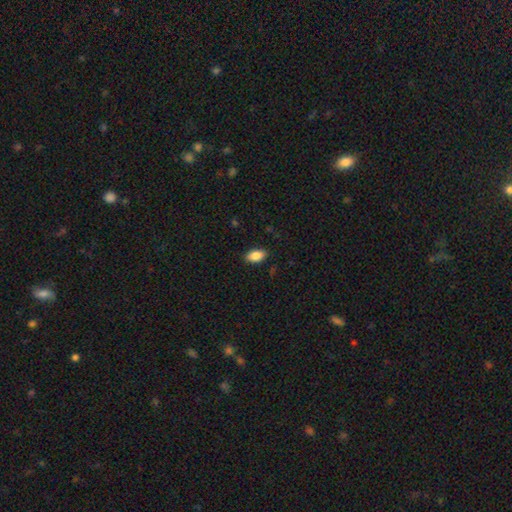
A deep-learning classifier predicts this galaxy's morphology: The model was most divided on "merging": none: 88%, minor disturbance: 9%, major disturbance: 2%, merger: 1%. More confident: how rounded — in between (92%); smooth or featured — smooth (87%).